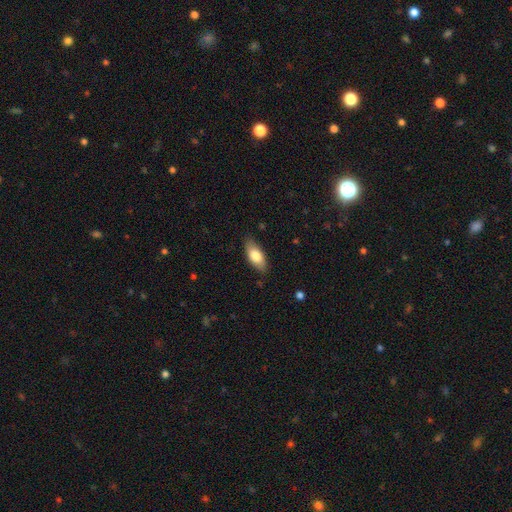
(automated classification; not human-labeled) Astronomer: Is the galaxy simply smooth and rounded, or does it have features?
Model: smooth — 77%.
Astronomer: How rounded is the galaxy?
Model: in between — 84%.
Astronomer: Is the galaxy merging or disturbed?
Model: none — 83%.